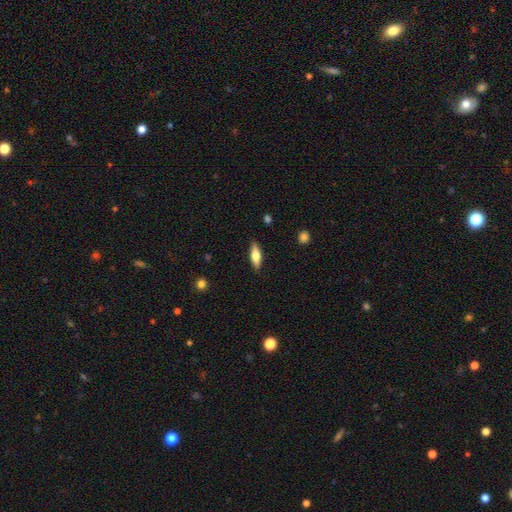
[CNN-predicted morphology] The model was most divided on "how rounded": in between: 50%, cigar-shaped: 48%, round: 3%. More confident: merging — none (88%); smooth or featured — smooth (61%).